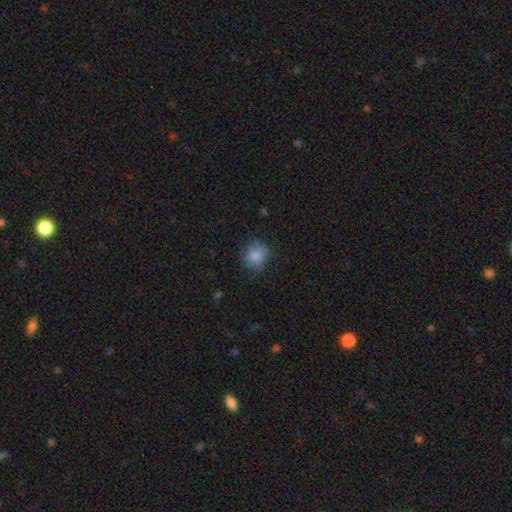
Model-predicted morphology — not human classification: A smooth galaxy with no disk features (80%) that is round (71%). Merging: none (72%).